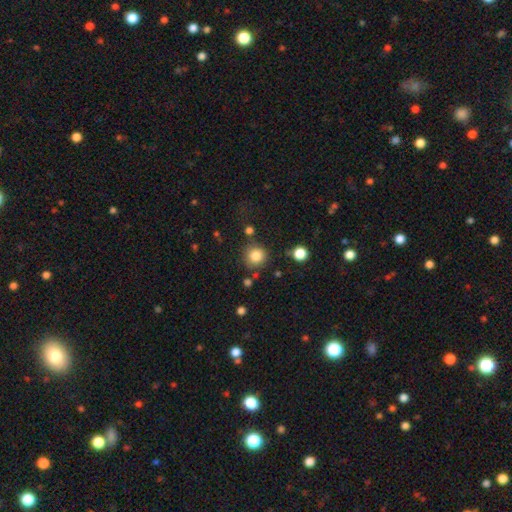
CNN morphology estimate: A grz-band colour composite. It shows a smooth galaxy with no disk features (84%) that is round (92%). Merging: none (80%).